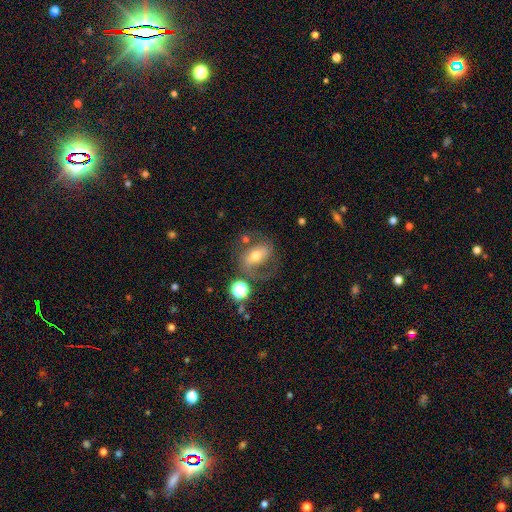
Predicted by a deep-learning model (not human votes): Smooth or featured: featured or disk — 57% (smooth — 32%)
Edge-on disk: no — 93% (yes — 7%)
Bar: strong — 40% (weak — 34%)
Spiral arms: yes — 75% (no — 25%)
Bulge size: moderate — 65% (small — 22%)
Merging: none — 50% (major disturbance — 21%)